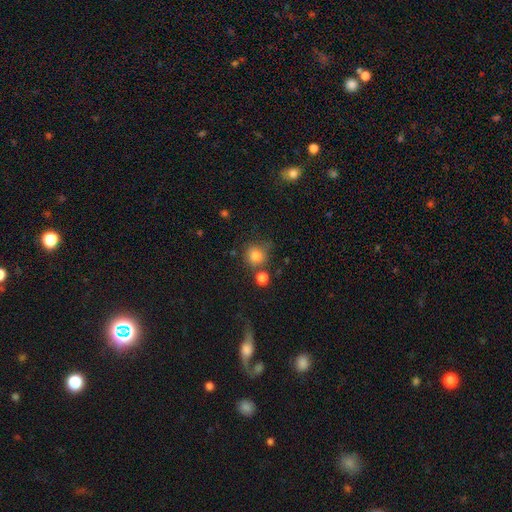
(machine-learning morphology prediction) Q: Smooth or featured?
A: smooth (80%); runner-up: star or artifact (12%)
Q: How rounded?
A: round (88%); runner-up: in between (11%)
Q: Merging?
A: none (65%); runner-up: minor disturbance (16%)